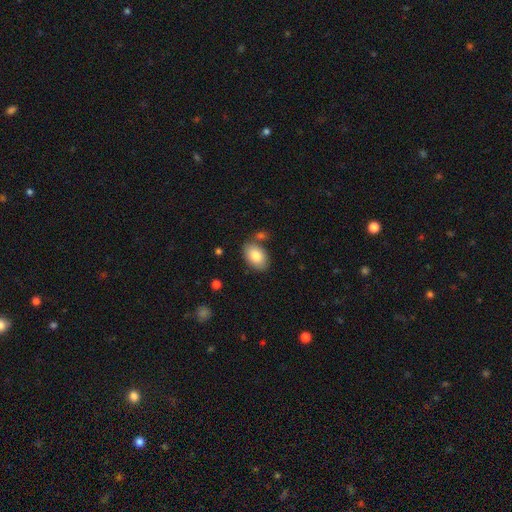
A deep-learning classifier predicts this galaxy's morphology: The model was most divided on "merging": none: 76%, minor disturbance: 13%, merger: 8%, major disturbance: 3%. More confident: how rounded — in between (89%); smooth or featured — smooth (82%).